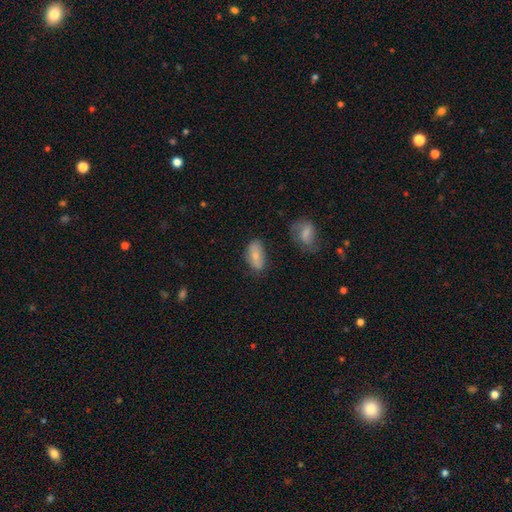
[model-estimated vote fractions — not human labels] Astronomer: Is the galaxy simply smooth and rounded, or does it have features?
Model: smooth — 73%.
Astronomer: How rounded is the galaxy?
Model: in between — 91%.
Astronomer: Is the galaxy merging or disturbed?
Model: none — 72%.